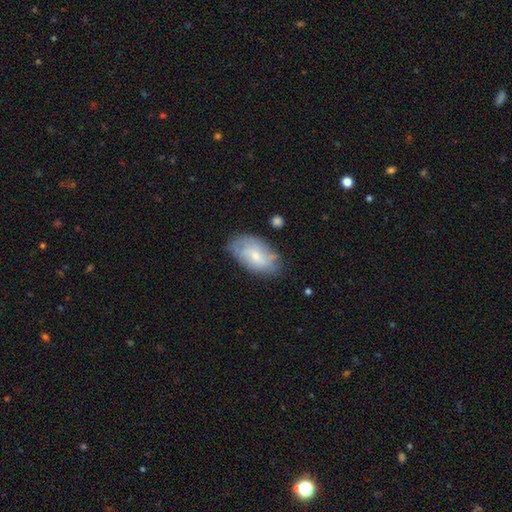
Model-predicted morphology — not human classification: Q: Smooth or featured?
A: smooth (47%); runner-up: featured or disk (46%)
Q: Merging?
A: none (68%); runner-up: minor disturbance (23%)